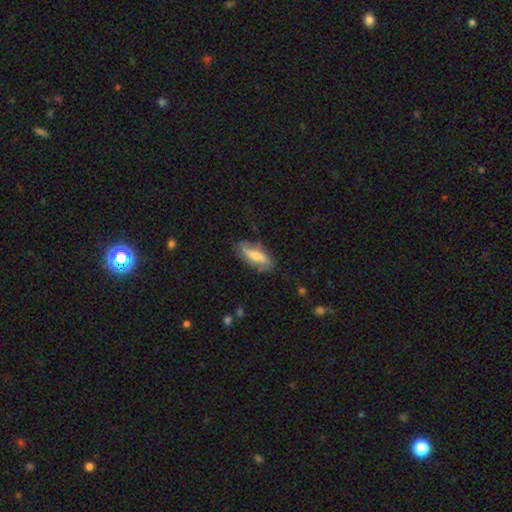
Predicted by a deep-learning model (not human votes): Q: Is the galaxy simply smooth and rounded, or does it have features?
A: smooth — 56%.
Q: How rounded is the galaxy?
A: in between — 63%.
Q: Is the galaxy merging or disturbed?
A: none — 74%.